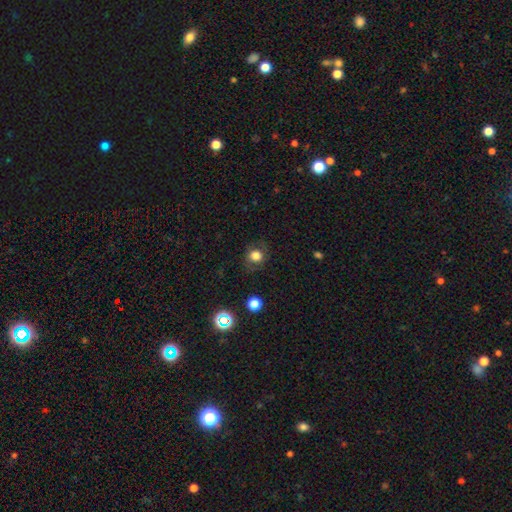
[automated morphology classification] Smooth or featured?
  - smooth: 75% *
  - featured or disk: 13%
  - star or artifact: 12%
How rounded?
  - round: 79% *
  - in between: 20%
  - cigar-shaped: 1%
Merging?
  - none: 75% *
  - minor disturbance: 16%
  - major disturbance: 8%
  - merger: 1%